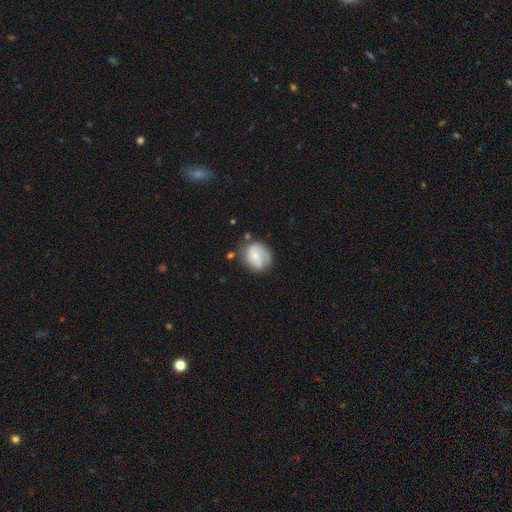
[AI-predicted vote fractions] Smooth or featured: smooth — 48% (featured or disk — 45%)
Merging: none — 58% (minor disturbance — 26%)